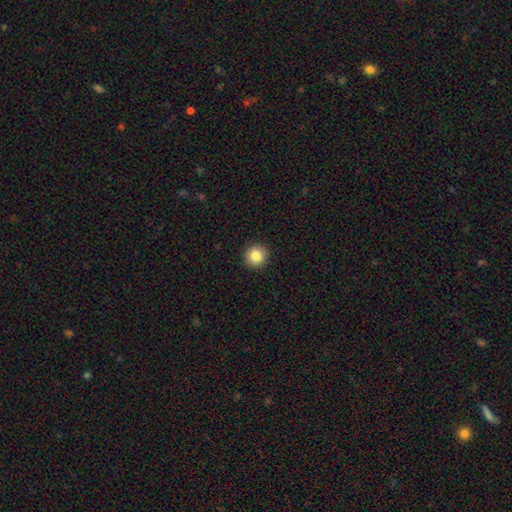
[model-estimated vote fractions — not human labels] Smooth or featured: smooth — 84% (star or artifact — 10%)
How rounded: round — 94% (in between — 5%)
Merging: none — 93% (minor disturbance — 4%)